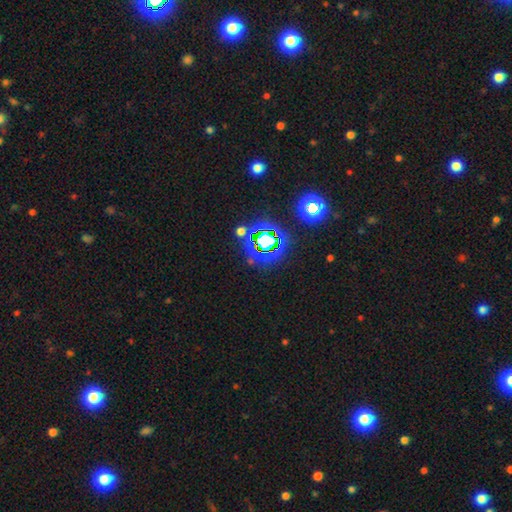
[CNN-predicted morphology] Smooth or featured: star or artifact — 66% (smooth — 25%)